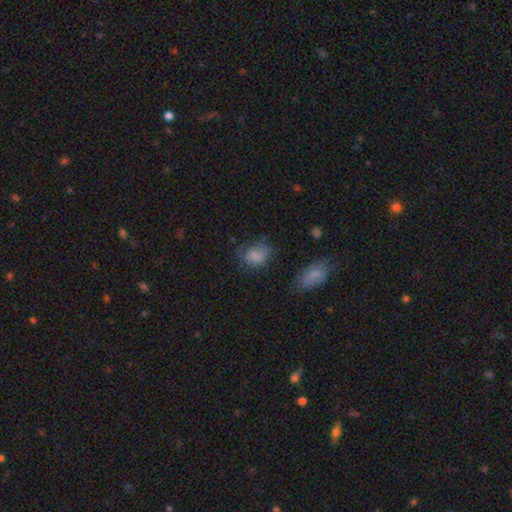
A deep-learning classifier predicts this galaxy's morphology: The model was most divided on "merging": none: 50%, minor disturbance: 30%, major disturbance: 17%, merger: 4%. More confident: smooth or featured — smooth (78%); how rounded — in between (60%).